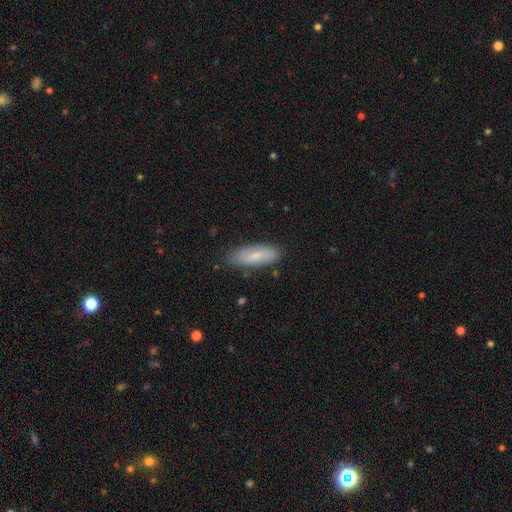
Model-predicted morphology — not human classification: The model was most divided on "smooth or featured": smooth: 61%, featured or disk: 32%, star or artifact: 7%. More confident: merging — none (80%); how rounded — in between (68%).